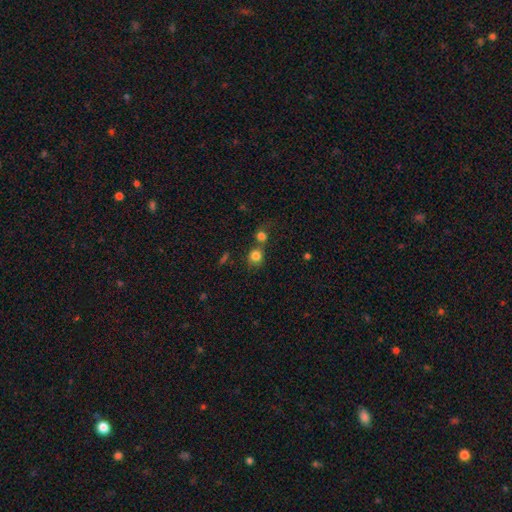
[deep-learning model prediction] A smooth galaxy with no disk features (82%) that is round (86%). Merging: none (53%).